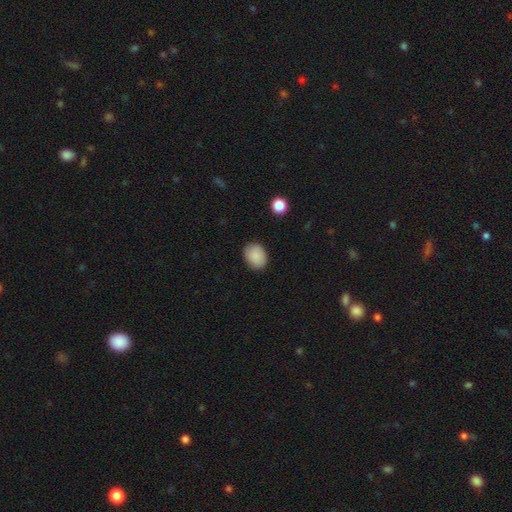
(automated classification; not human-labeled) Q: Smooth or featured?
A: smooth (88%); runner-up: star or artifact (7%)
Q: How rounded?
A: in between (64%); runner-up: round (35%)
Q: Merging?
A: none (87%); runner-up: minor disturbance (10%)